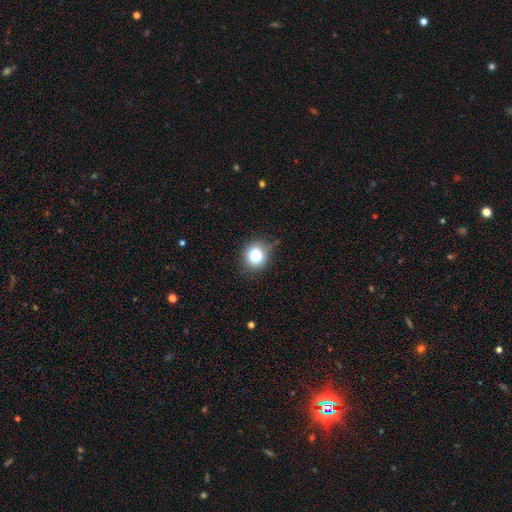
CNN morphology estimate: smooth_or_featured: smooth (p=0.84) [alt: star or artifact p=0.11]
how_rounded: round (p=0.80) [alt: in between p=0.19]
merging: none (p=0.76) [alt: minor disturbance p=0.17]